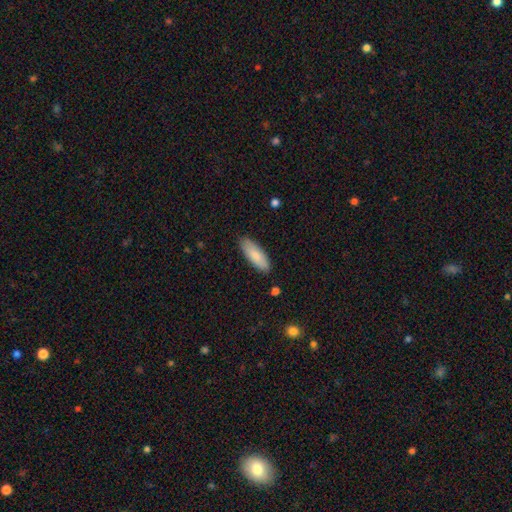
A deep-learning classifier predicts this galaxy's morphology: smooth_or_featured: smooth (p=0.83) [alt: featured or disk p=0.12]
how_rounded: in between (p=0.66) [alt: cigar-shaped p=0.33]
merging: none (p=0.87) [alt: minor disturbance p=0.10]